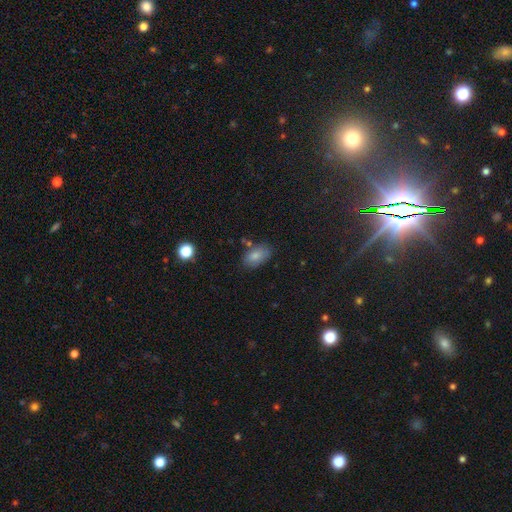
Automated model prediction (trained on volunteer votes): Smooth or featured? Predicted: smooth (p=0.81). How rounded? Predicted: in between (p=0.91). Merging? Predicted: none (p=0.75).